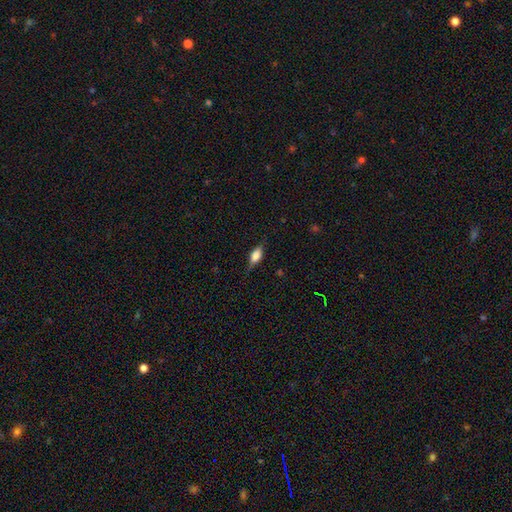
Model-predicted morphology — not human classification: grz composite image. It shows a smooth galaxy with no disk features (62%) that is in between round and cigar-shaped (75%). Merging: none (74%).